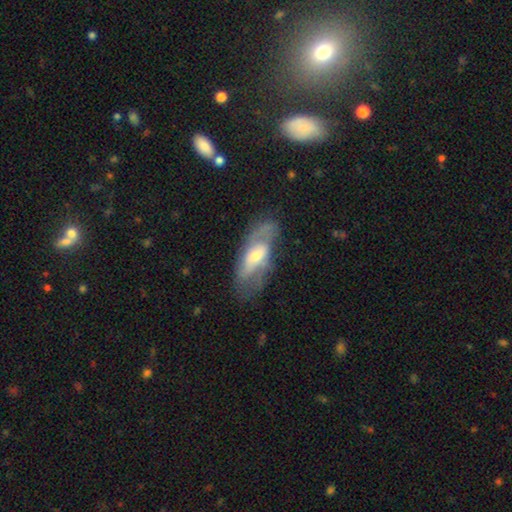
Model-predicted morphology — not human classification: Smooth or featured?
  - featured or disk: 64% *
  - smooth: 30%
  - star or artifact: 6%
Edge-on disk?
  - no: 84% *
  - yes: 16%
Bar?
  - no: 46% *
  - weak: 37%
  - strong: 18%
Spiral arms?
  - yes: 73% *
  - no: 27%
Bulge size?
  - small: 45% * (tied)
  - moderate: 45% * (tied)
  - large: 6%
  - none: 2%
  - dominant: 1%
Merging?
  - none: 60% *
  - minor disturbance: 23%
  - major disturbance: 14%
  - merger: 2%